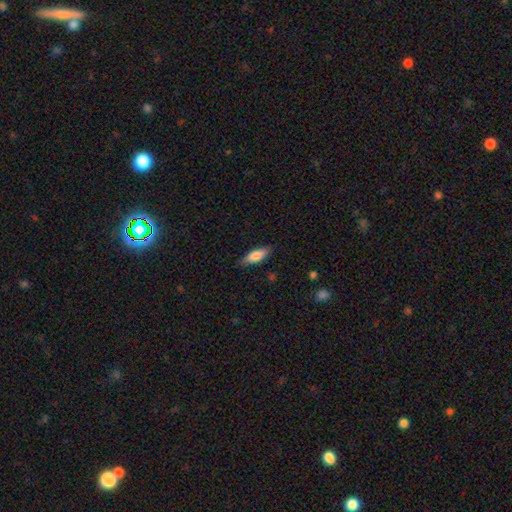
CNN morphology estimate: smooth_or_featured: smooth (p=0.83) [alt: featured or disk p=0.11]
how_rounded: in between (p=0.65) [alt: cigar-shaped p=0.33]
merging: none (p=0.82) [alt: minor disturbance p=0.14]